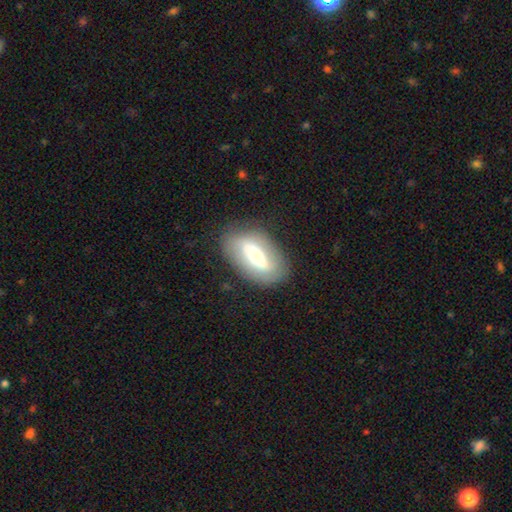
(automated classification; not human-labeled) smooth_or_featured: featured or disk (p=0.51) [alt: smooth p=0.42]
disk_edge_on: no (p=0.82) [alt: yes p=0.18]
merging: none (p=0.79) [alt: minor disturbance p=0.14]